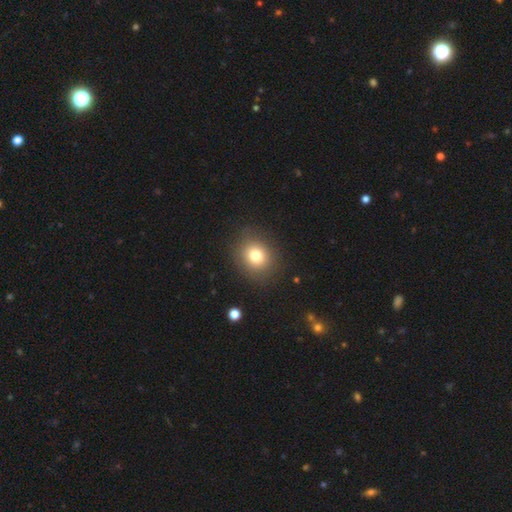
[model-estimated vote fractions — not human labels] Smooth or featured? Predicted: smooth (p=0.77). How rounded? Predicted: round (p=0.71). Merging? Predicted: none (p=0.86).